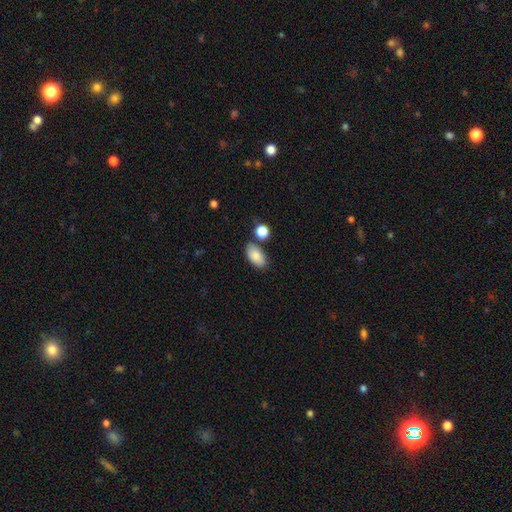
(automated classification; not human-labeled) Overall: smooth (85%). How rounded: in between (93%). Merging: none (75%).